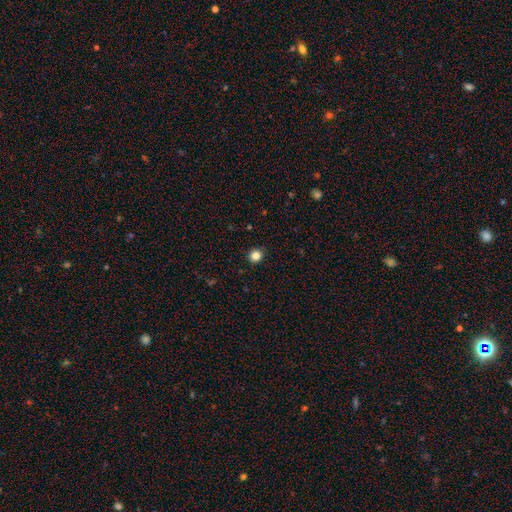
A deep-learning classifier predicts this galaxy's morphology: Smooth or featured: smooth — 84% (star or artifact — 12%)
How rounded: round — 89% (in between — 10%)
Merging: none — 91% (minor disturbance — 6%)